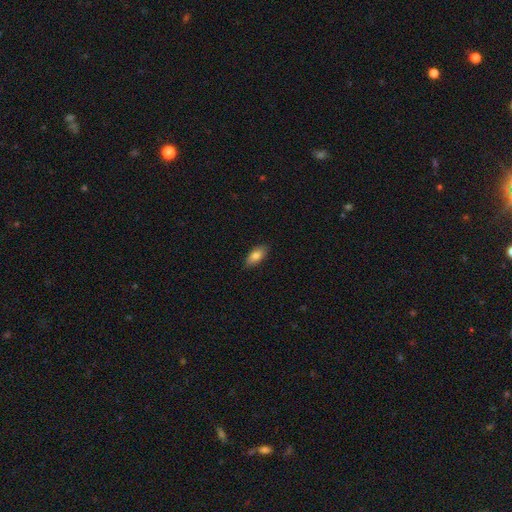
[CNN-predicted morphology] Smooth or featured? smooth (81%)
How rounded? in between (89%)
Merging? none (86%)